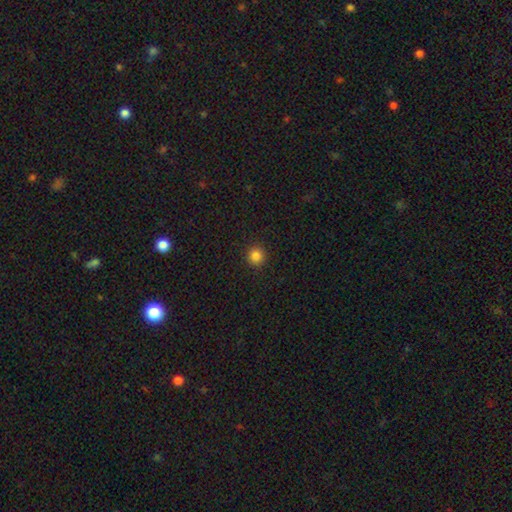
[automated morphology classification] This appears to be a smooth galaxy with no disk features (85%) that is round (94%). Merging: none (93%).